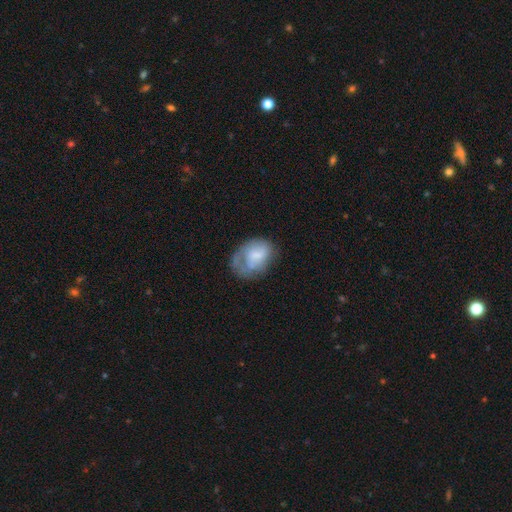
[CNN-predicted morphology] Overall: smooth (56%; featured or disk 36%). How rounded: in between (72%). Merging: none (36%; major disturbance 31%).